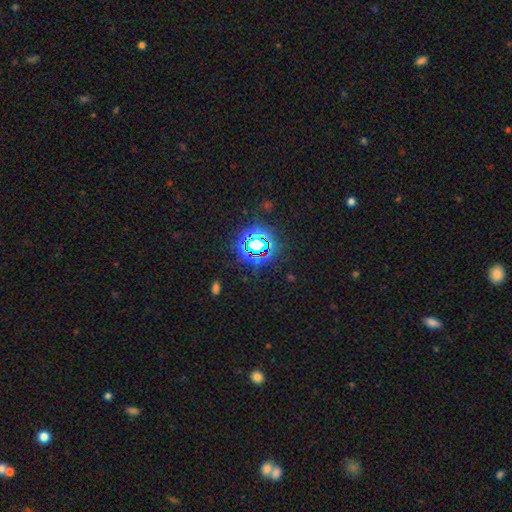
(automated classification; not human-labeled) This appears to be a star or artifact, not a galaxy (79%).